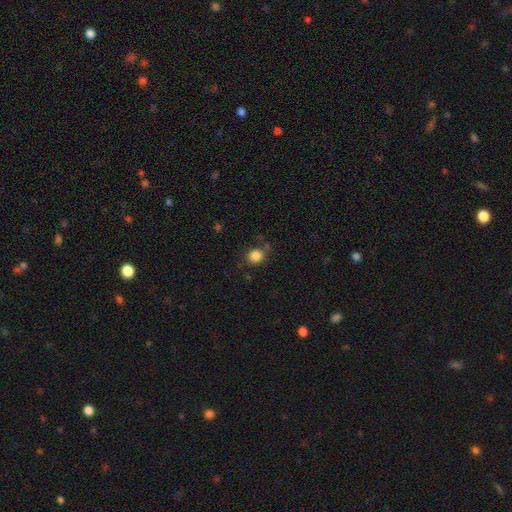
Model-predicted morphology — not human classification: Smooth or featured? Predicted: smooth (p=0.84). How rounded? Predicted: round (p=0.87). Merging? Predicted: none (p=0.75).